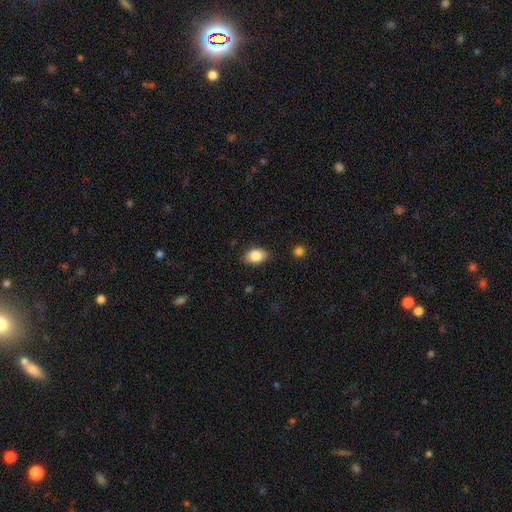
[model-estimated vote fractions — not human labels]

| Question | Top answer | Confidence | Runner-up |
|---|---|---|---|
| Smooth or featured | smooth | 86% | star or artifact (8%) |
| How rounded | in between | 82% | round (17%) |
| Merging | none | 83% | minor disturbance (12%) |